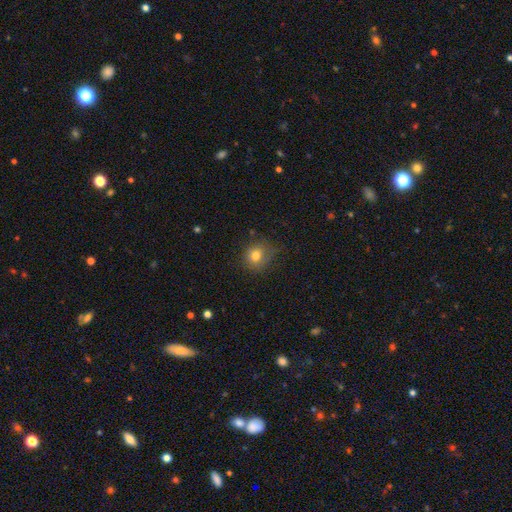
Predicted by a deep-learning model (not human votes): This is likely a smooth galaxy (79%). How rounded: clearly round (83%). Merging: likely none (72%).